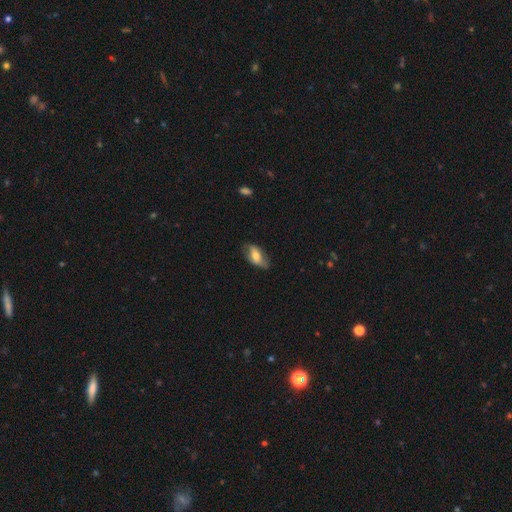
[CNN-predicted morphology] Overall: smooth (57%; featured or disk 36%). How rounded: in between (90%). Merging: none (65%; minor disturbance 27%).